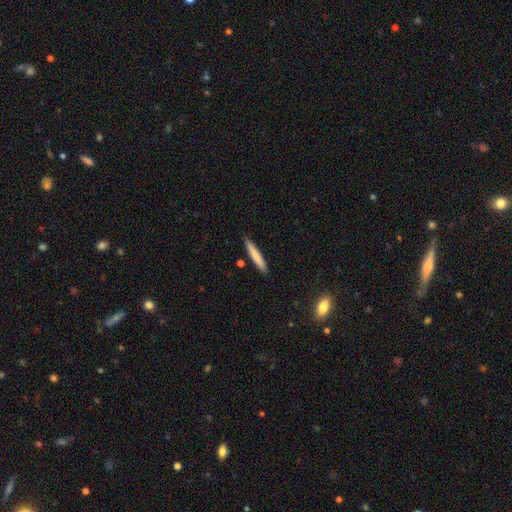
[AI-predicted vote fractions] A smooth galaxy with no disk features (78%) that is cigar-shaped (94%).

Vote fractions:
- Smooth or featured? smooth: 78% / featured or disk: 16% / star or artifact: 6%
- How rounded? cigar-shaped: 94% / in between: 5% / round: 1%
- Merging? none: 89% / minor disturbance: 7% / merger: 2% / major disturbance: 2%